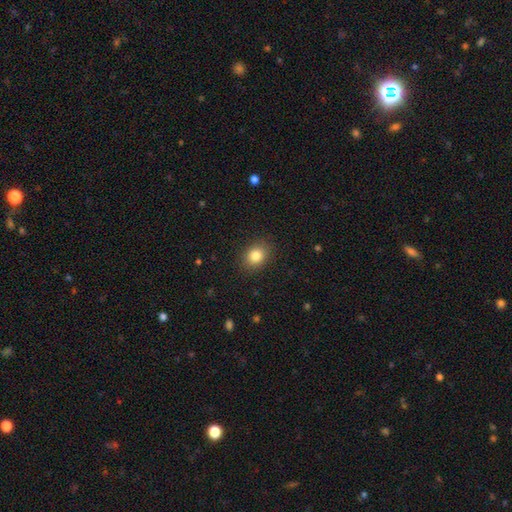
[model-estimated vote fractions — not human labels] Morphology: type=smooth (83%); roundness=in between (53%); merging=none (88%).